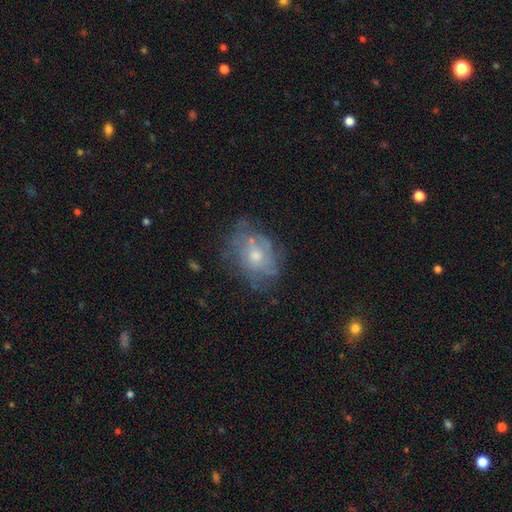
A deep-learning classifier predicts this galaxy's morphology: Smooth or featured: featured or disk — 61% (smooth — 28%)
Edge-on disk: no — 96% (yes — 4%)
Bar: no — 80% (weak — 17%)
Spiral arms: yes — 59% (no — 41%)
Bulge size: moderate — 55% (small — 37%)
Merging: none — 64% (minor disturbance — 22%)